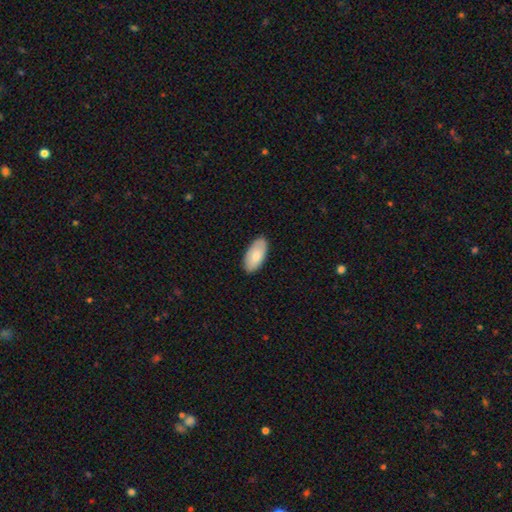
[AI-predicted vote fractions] Smooth or featured? Predicted: smooth (p=0.82). How rounded? Predicted: in between (p=0.94). Merging? Predicted: none (p=0.87).